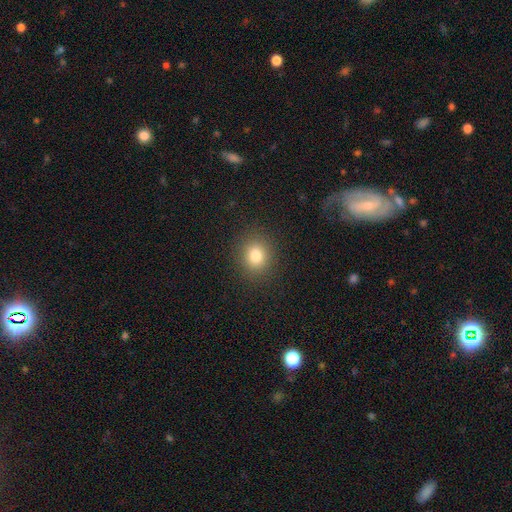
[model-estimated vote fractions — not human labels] Smooth or featured?
  - smooth: 79% *
  - star or artifact: 13%
  - featured or disk: 8%
How rounded?
  - round: 79% *
  - in between: 21%
  - cigar-shaped: 1%
Merging?
  - none: 90% *
  - minor disturbance: 7%
  - major disturbance: 3%
  - merger: 1%